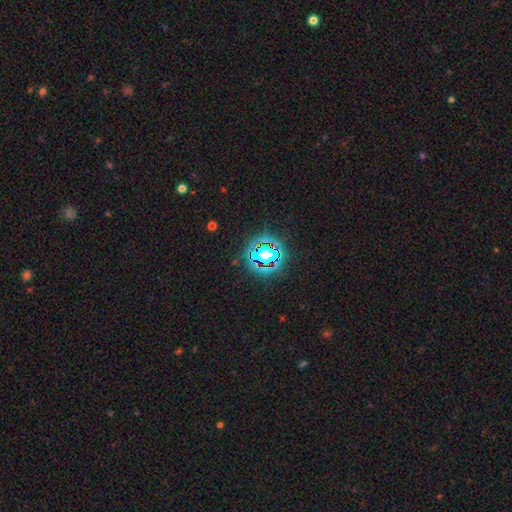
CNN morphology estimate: A star or artifact, not a galaxy (78%).

Vote fractions:
- Smooth or featured? star or artifact: 78% / smooth: 14% / featured or disk: 8%